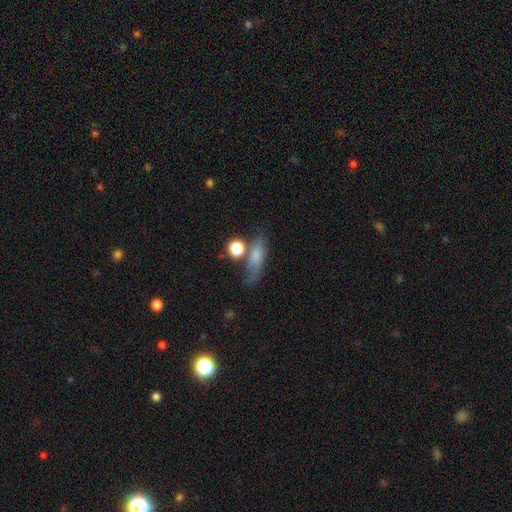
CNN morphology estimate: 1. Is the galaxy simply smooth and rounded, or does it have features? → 67% smooth, 22% featured or disk, 11% star or artifact.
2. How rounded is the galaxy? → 49% in between, 34% cigar-shaped, 17% round.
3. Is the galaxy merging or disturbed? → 48% none, 22% minor disturbance, 16% merger, 14% major disturbance.